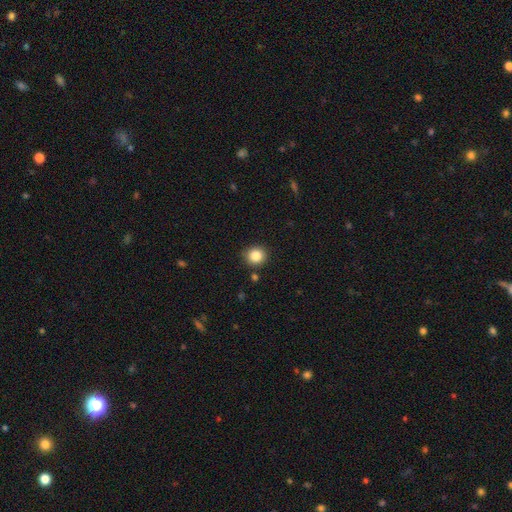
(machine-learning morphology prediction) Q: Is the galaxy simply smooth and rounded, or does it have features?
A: smooth — 85%.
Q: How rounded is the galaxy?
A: round — 88%.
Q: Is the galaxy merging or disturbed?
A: none — 88%.